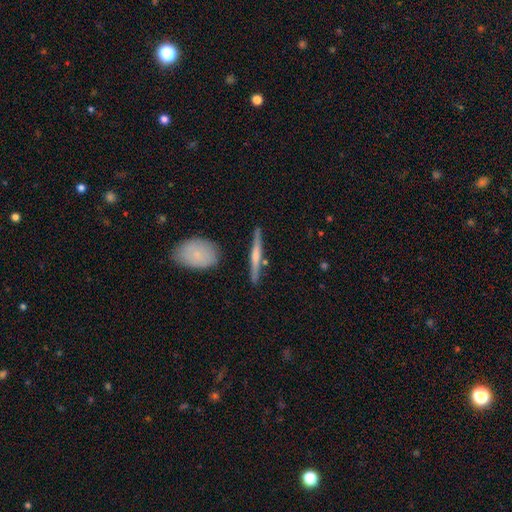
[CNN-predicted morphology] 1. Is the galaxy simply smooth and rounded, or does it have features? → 60% featured or disk, 34% smooth, 6% star or artifact.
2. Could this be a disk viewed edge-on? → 97% yes, 3% no.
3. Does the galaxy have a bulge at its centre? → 58% rounded, 30% none, 12% boxy.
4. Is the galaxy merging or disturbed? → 87% none, 8% minor disturbance, 3% merger, 2% major disturbance.